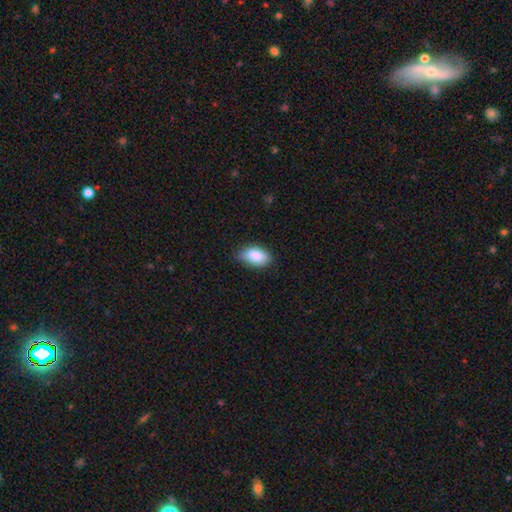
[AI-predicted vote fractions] A smooth galaxy with no disk features (87%) that is in between round and cigar-shaped (92%). Merging: none (69%).